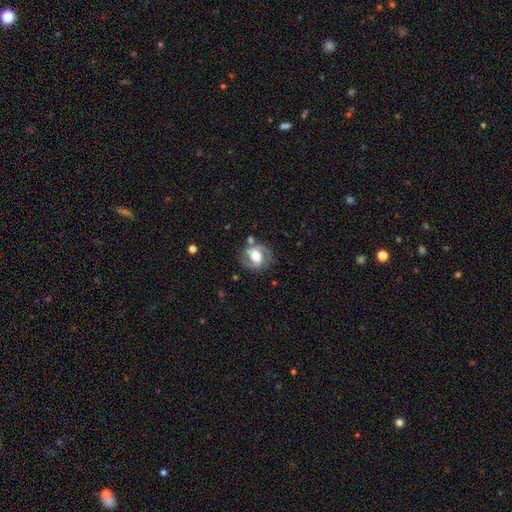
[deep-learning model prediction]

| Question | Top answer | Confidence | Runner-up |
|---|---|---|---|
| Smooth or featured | featured or disk | 76% | smooth (19%) |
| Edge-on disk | no | 97% | yes (3%) |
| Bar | weak | 38% | strong (34%) |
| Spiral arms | yes | 85% | no (15%) |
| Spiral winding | medium | 51% | tight (32%) |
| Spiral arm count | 2 | 87% | can't tell (6%) |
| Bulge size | moderate | 64% | large (25%) |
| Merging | none | 75% | minor disturbance (14%) |